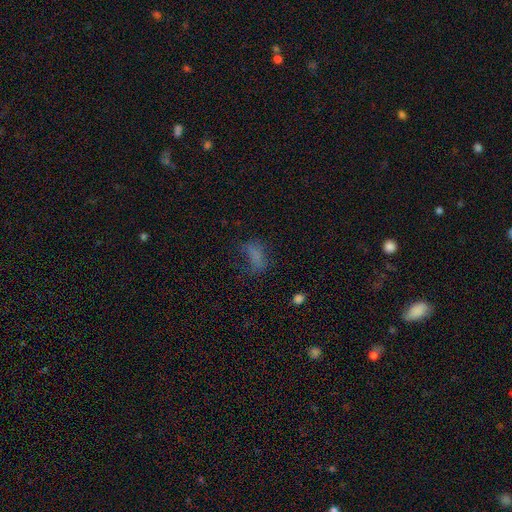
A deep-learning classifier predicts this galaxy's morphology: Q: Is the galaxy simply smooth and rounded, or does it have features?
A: smooth — 61%.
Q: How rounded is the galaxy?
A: in between — 82%.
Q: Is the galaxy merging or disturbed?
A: none — 41%.